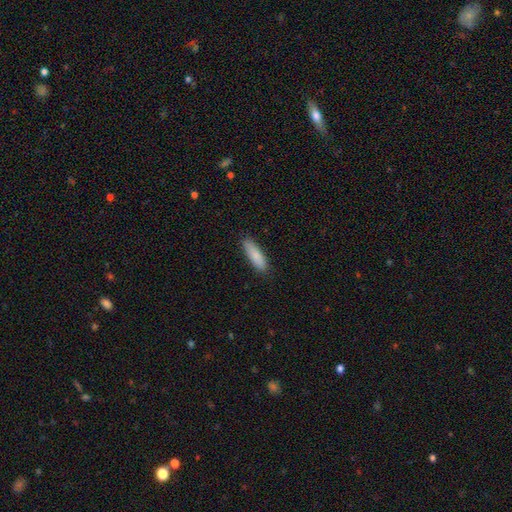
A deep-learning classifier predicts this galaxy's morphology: type=smooth (85%); roundness=cigar-shaped (54%); merging=none (85%).